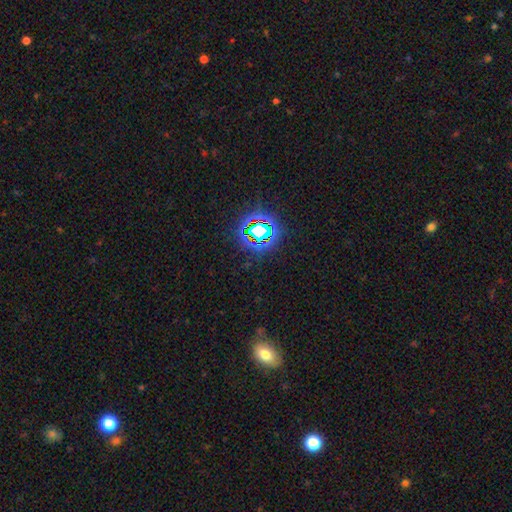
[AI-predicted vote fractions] Smooth or featured: star or artifact — 69% (smooth — 21%)